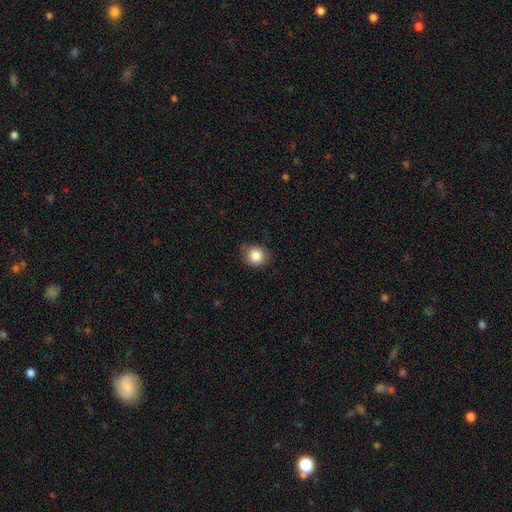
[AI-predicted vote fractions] A smooth galaxy with no disk features (86%) that is round (87%). Merging: none (77%).